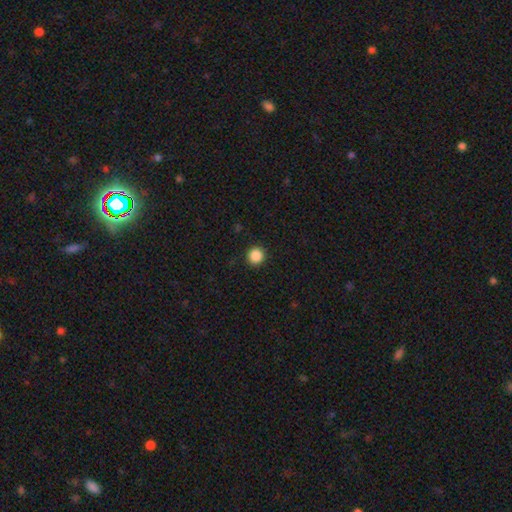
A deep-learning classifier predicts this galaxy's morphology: smooth_or_featured: smooth (p=0.88) [alt: star or artifact p=0.10]
how_rounded: round (p=0.92) [alt: in between p=0.07]
merging: none (p=0.92) [alt: minor disturbance p=0.05]